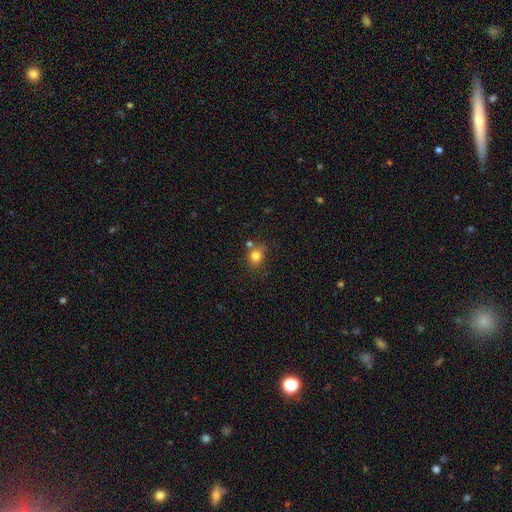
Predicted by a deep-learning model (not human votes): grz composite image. It shows a smooth galaxy with no disk features (80%) that is round (70%). Merging: none (66%).